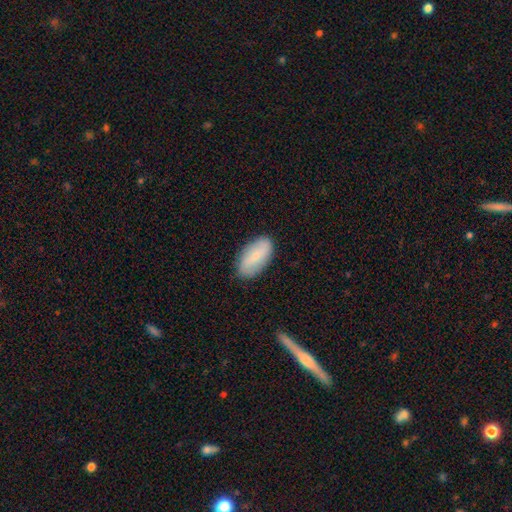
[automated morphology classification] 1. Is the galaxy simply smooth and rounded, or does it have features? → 65% smooth, 29% featured or disk, 7% star or artifact.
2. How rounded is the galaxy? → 92% in between, 5% cigar-shaped, 3% round.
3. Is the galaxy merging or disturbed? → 85% none, 11% minor disturbance, 2% major disturbance, 1% merger.